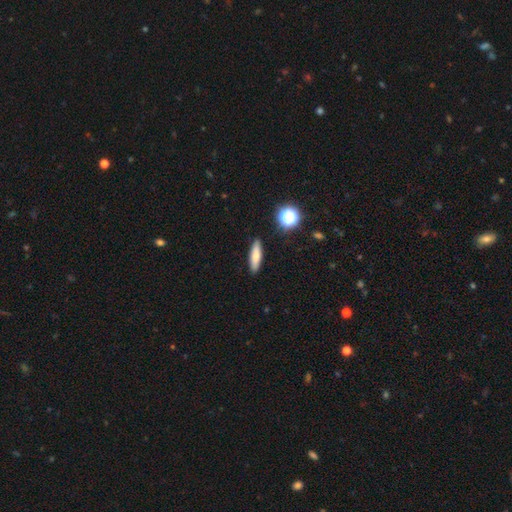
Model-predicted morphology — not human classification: This appears to be a smooth galaxy with no disk features (72%) that is cigar-shaped (70%). Merging: none (89%).